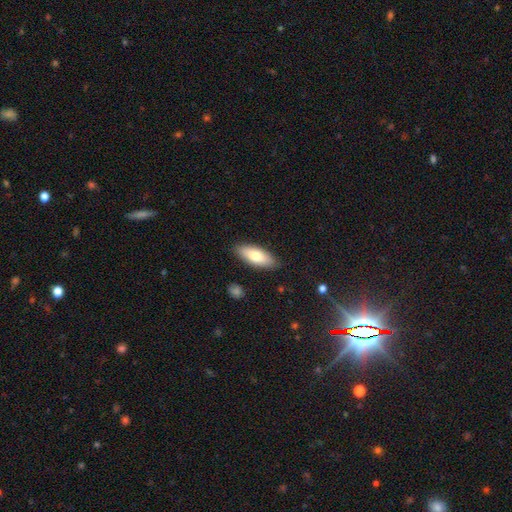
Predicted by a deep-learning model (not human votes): smooth_or_featured: smooth (p=0.75) [alt: featured or disk p=0.19]
how_rounded: in between (p=0.75) [alt: cigar-shaped p=0.23]
merging: none (p=0.86) [alt: minor disturbance p=0.11]